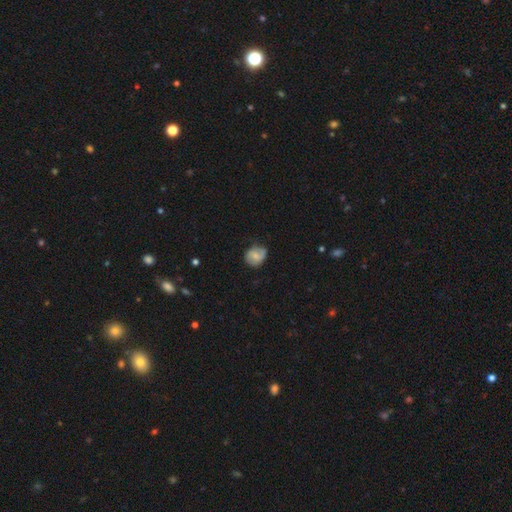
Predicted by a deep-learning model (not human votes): Smooth or featured? Predicted: smooth (p=0.59). How rounded? Predicted: round (p=0.65). Merging? Predicted: none (p=0.57).